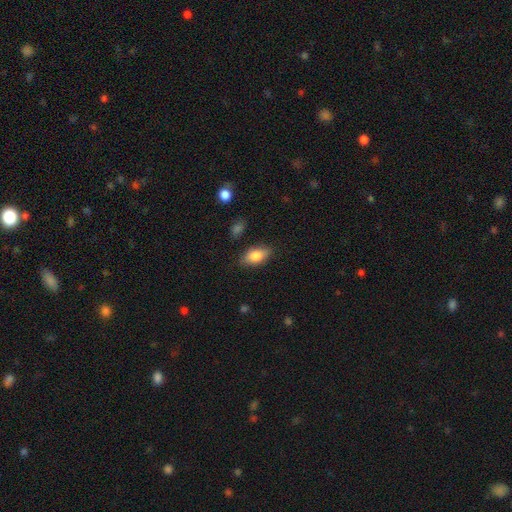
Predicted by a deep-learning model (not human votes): Overall: smooth (81%). How rounded: in between (89%). Merging: none (81%).